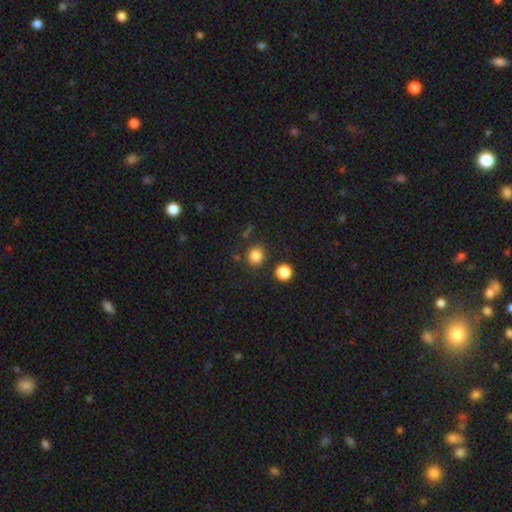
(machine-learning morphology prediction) This is clearly a smooth galaxy (83%). How rounded: clearly round (89%). Merging: clearly none (84%).